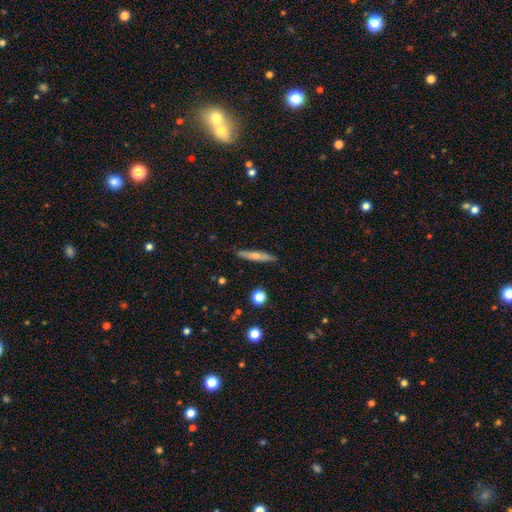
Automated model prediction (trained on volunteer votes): Morphology: type=smooth (58%); roundness=cigar-shaped (91%); merging=none (86%).